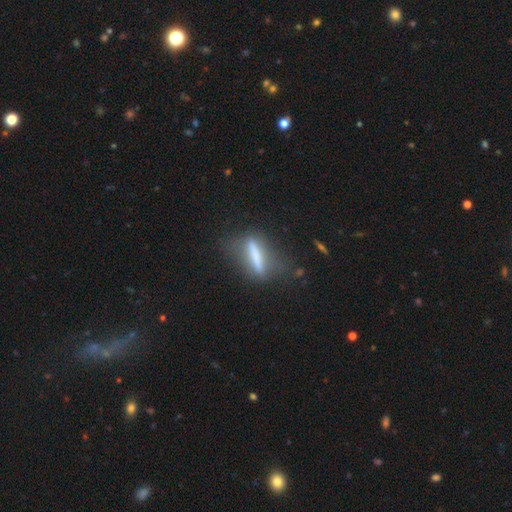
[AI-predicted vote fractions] Overall: smooth (47%; featured or disk 44%). Merging: none (69%).